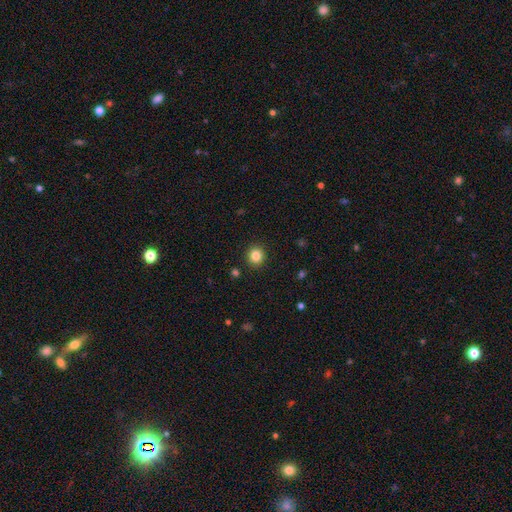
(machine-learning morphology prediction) type=smooth (84%); roundness=round (89%); merging=none (92%).